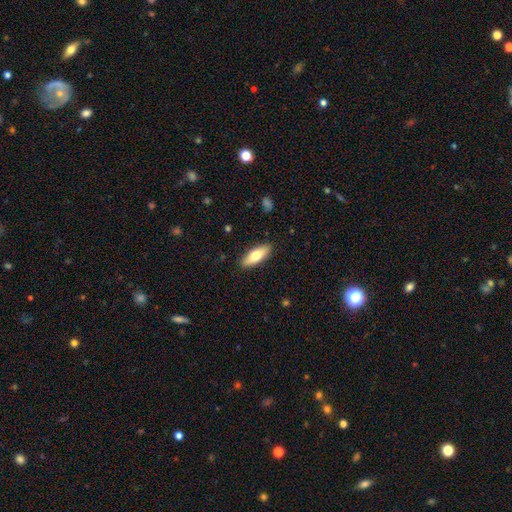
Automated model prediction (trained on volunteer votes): Smooth or featured? smooth (72%)
How rounded? in between (66%)
Merging? none (88%)